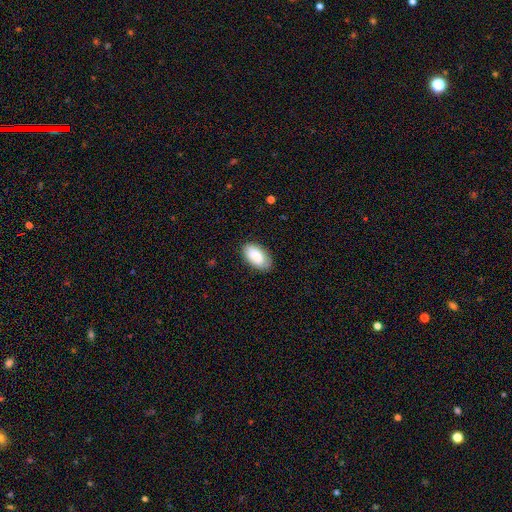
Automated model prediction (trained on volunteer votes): smooth-or-featured: smooth: 86% | featured or disk: 8% | star or artifact: 6%
  how-rounded: in between: 95% | round: 3% | cigar-shaped: 2%
  merging: none: 81% | minor disturbance: 15% | major disturbance: 3% | merger: 1%